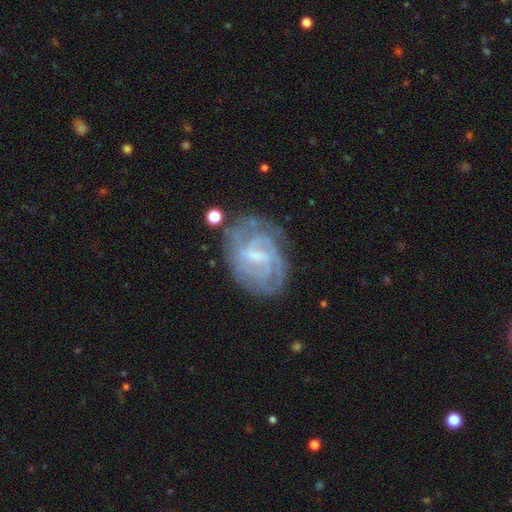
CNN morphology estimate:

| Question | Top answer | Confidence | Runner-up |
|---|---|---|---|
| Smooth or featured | featured or disk | 83% | smooth (11%) |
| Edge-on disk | no | 97% | yes (3%) |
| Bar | weak | 57% | strong (25%) |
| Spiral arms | yes | 91% | no (9%) |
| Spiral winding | tight | 56% | medium (34%) |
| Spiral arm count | can't tell | 38% | 2 (23%) |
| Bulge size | small | 47% | none (26%) |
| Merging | none | 67% | minor disturbance (20%) |